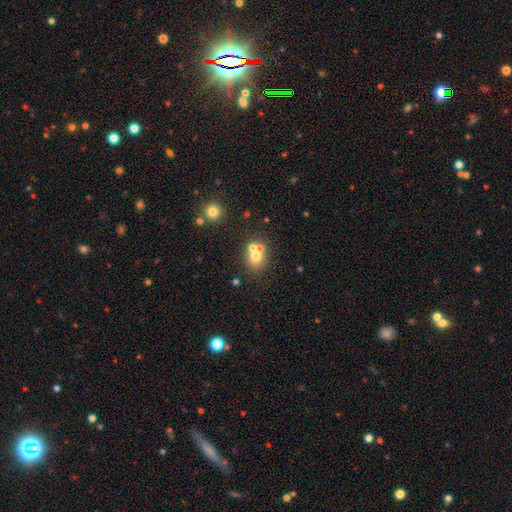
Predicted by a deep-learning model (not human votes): This is likely a smooth galaxy (65%). How rounded: likely round (71%). Merging: possibly none (48%).